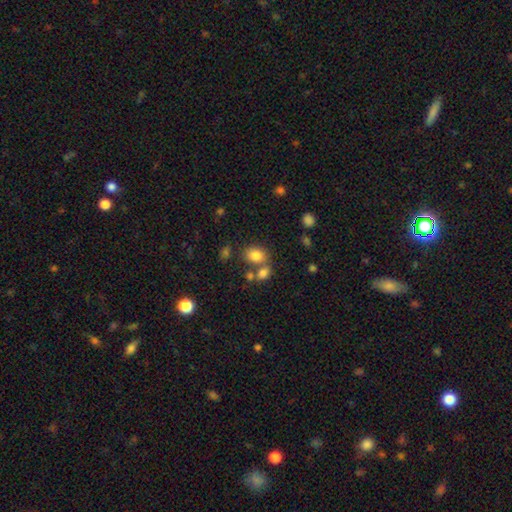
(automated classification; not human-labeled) Smooth or featured? smooth (82%)
How rounded? in between (67%)
Merging? none (58%)